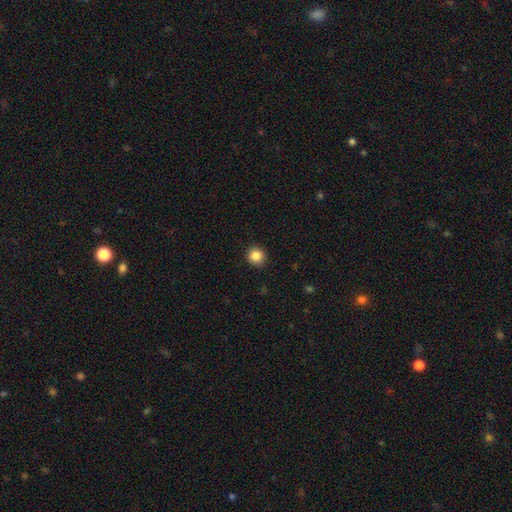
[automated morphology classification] Q: Smooth or featured?
A: smooth (86%); runner-up: star or artifact (10%)
Q: How rounded?
A: round (92%); runner-up: in between (7%)
Q: Merging?
A: none (90%); runner-up: minor disturbance (7%)